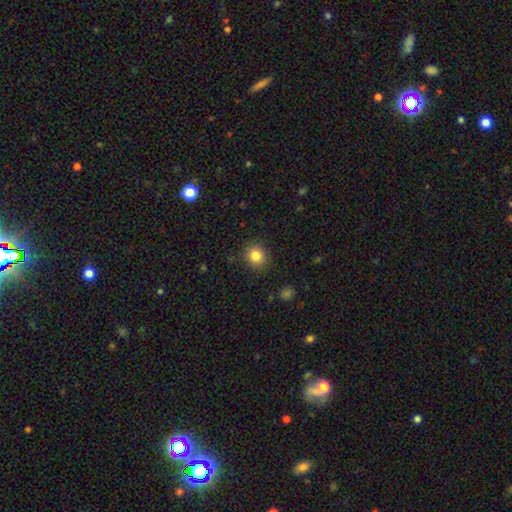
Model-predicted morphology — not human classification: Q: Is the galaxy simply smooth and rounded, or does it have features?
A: smooth — 83%.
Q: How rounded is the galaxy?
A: round — 83%.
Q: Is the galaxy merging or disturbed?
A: none — 89%.